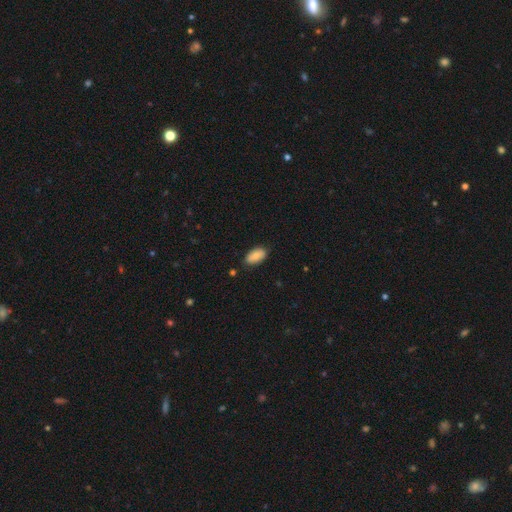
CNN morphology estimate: Smooth or featured? Predicted: smooth (p=0.85). How rounded? Predicted: in between (p=0.94). Merging? Predicted: none (p=0.80).